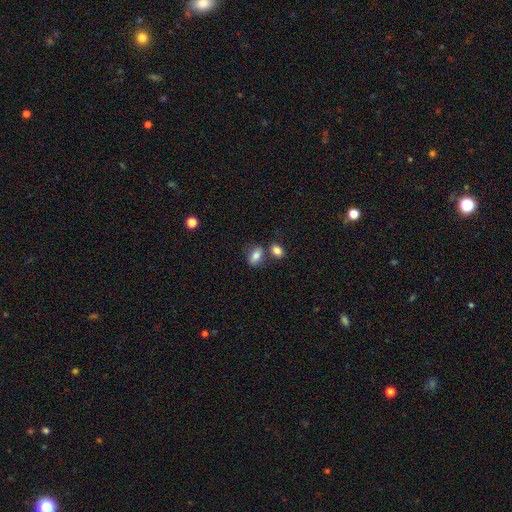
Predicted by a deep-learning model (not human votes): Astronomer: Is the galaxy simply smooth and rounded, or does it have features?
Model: smooth — 81%.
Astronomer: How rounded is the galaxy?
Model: in between — 85%.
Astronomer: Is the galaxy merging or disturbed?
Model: none — 61%.